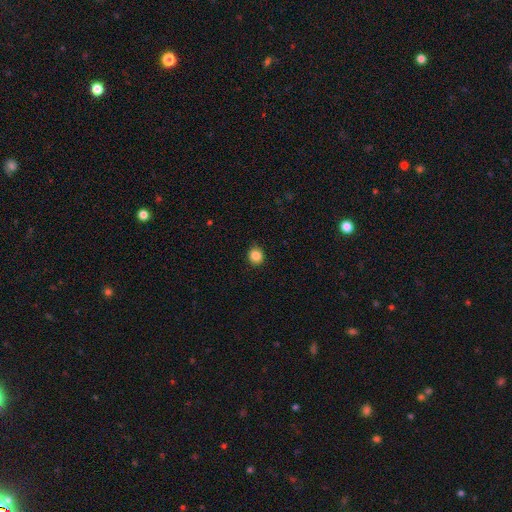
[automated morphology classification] Smooth or featured? smooth (86%)
How rounded? round (83%)
Merging? none (89%)